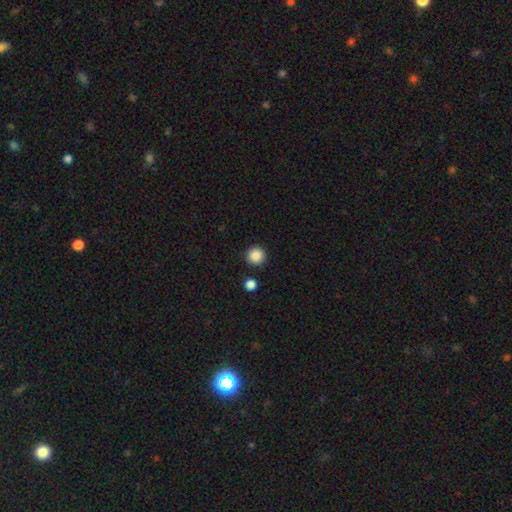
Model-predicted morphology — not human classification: Overall: smooth (88%). How rounded: round (95%). Merging: none (90%).